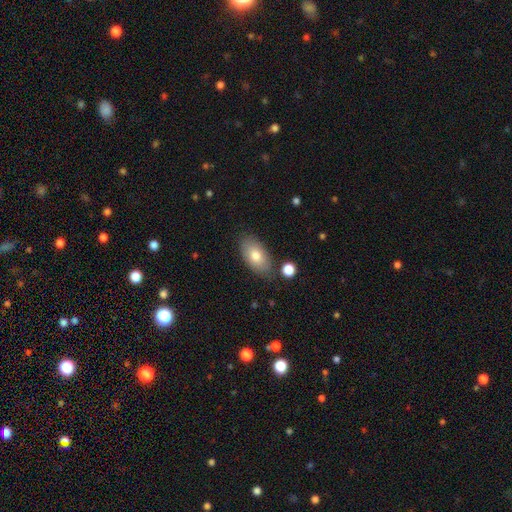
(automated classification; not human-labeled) Overall: smooth (76%). How rounded: in between (93%). Merging: none (80%).